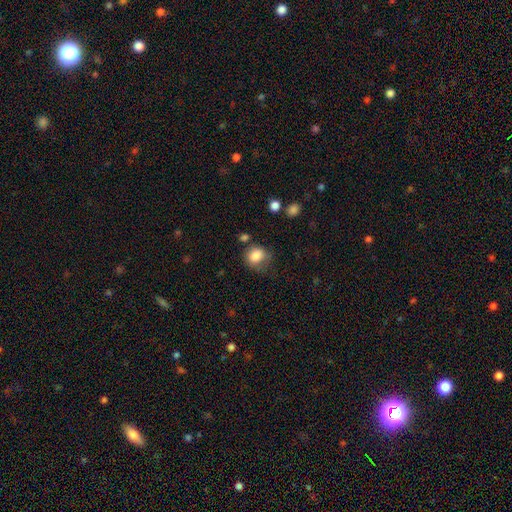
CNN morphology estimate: A smooth galaxy with no disk features (83%) that is round (61%).

Vote fractions:
- Smooth or featured? smooth: 83% / star or artifact: 9% / featured or disk: 7%
- How rounded? round: 61% / in between: 38% / cigar-shaped: 1%
- Merging? none: 54% / minor disturbance: 28% / major disturbance: 12% / merger: 6%